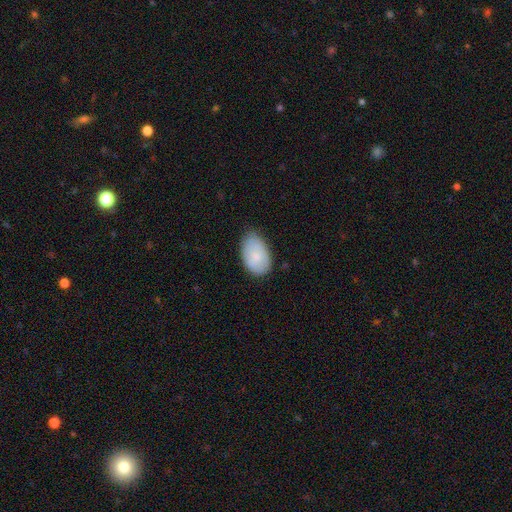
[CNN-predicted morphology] Smooth or featured? Predicted: smooth (p=0.79). How rounded? Predicted: in between (p=0.92). Merging? Predicted: none (p=0.65).